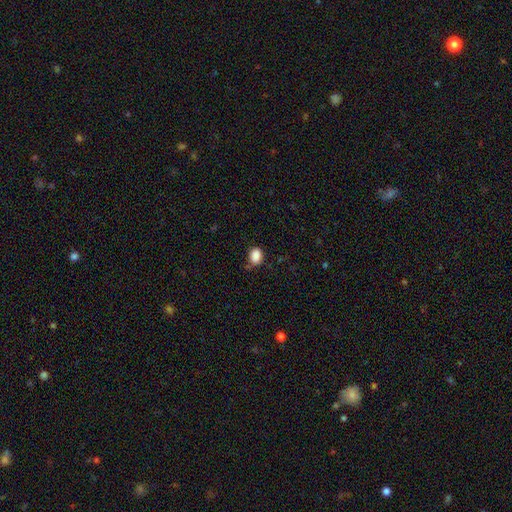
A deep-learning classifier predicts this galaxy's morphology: smooth-or-featured: smooth: 87% | star or artifact: 9% | featured or disk: 4%
  how-rounded: in between: 71% | round: 28% | cigar-shaped: 1%
  merging: none: 65% | minor disturbance: 26% | major disturbance: 6% | merger: 3%